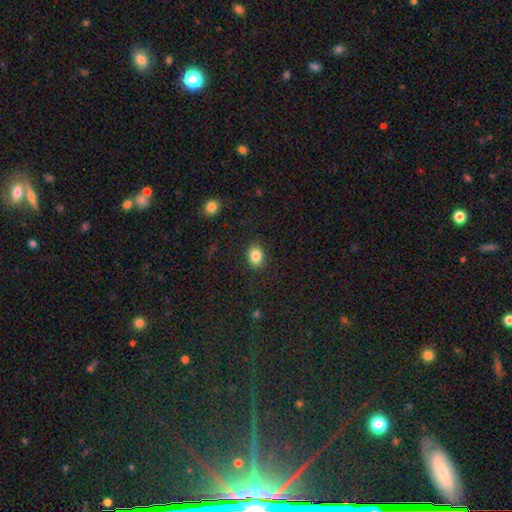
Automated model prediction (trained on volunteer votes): This is clearly a smooth galaxy (85%). How rounded: likely in between (64%). Merging: clearly none (88%).